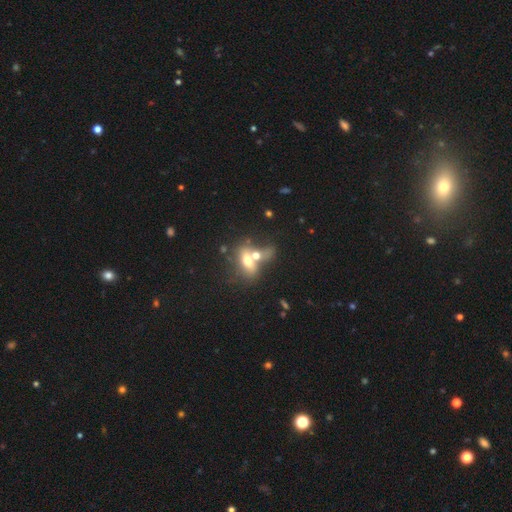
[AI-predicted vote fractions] The model was most divided on "smooth or featured": smooth: 58%, featured or disk: 32%, star or artifact: 10%. More confident: how rounded — in between (72%); merging — merger (67%).